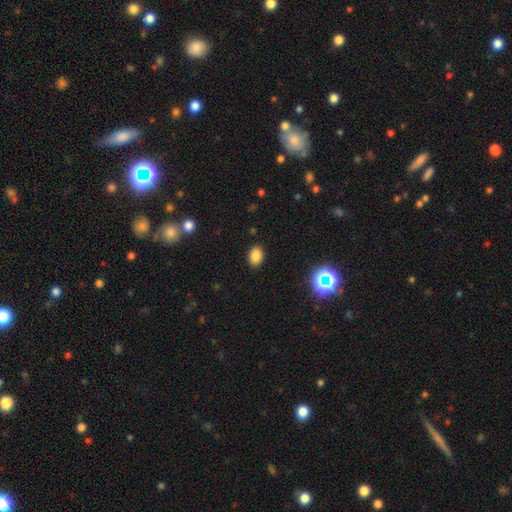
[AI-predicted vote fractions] smooth_or_featured: smooth (p=0.83) [alt: star or artifact p=0.12]
how_rounded: in between (p=0.80) [alt: round p=0.19]
merging: none (p=0.89) [alt: minor disturbance p=0.08]